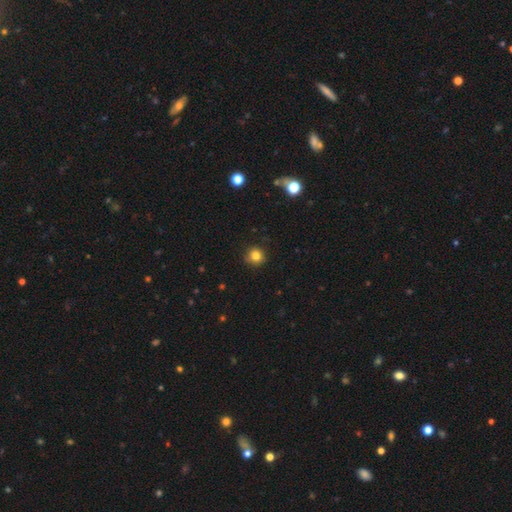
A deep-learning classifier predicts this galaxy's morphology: smooth_or_featured: smooth (p=0.83) [alt: star or artifact p=0.12]
how_rounded: round (p=0.91) [alt: in between p=0.08]
merging: none (p=0.84) [alt: minor disturbance p=0.12]